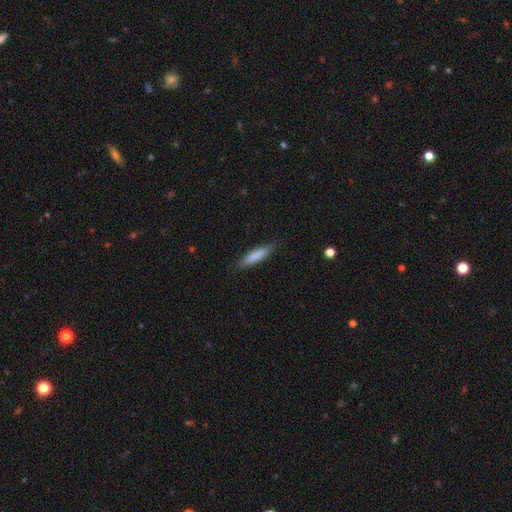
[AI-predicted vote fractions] Morphology: type=smooth (81%); roundness=cigar-shaped (82%); merging=none (87%).